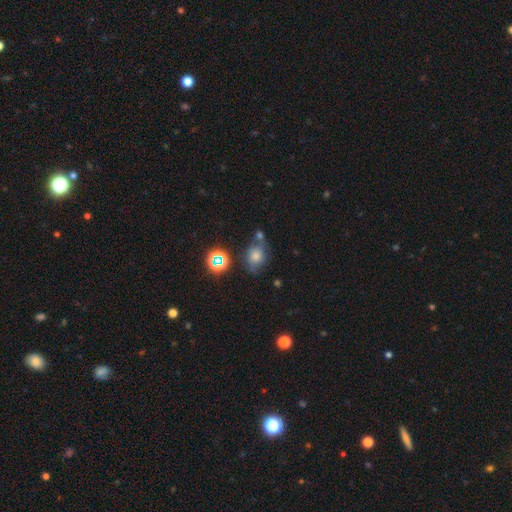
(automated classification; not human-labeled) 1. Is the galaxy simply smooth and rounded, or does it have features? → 65% smooth, 20% star or artifact, 15% featured or disk.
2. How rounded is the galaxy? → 55% round, 43% in between, 2% cigar-shaped.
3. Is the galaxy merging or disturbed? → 54% none, 20% minor disturbance, 17% merger, 8% major disturbance.